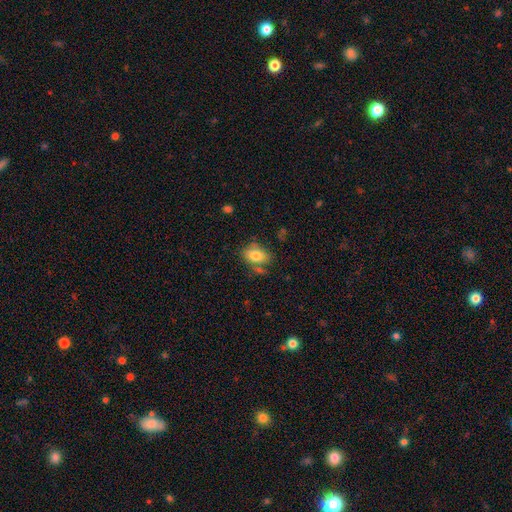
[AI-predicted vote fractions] This is likely a smooth galaxy (79%). How rounded: clearly in between (84%). Merging: likely none (63%).